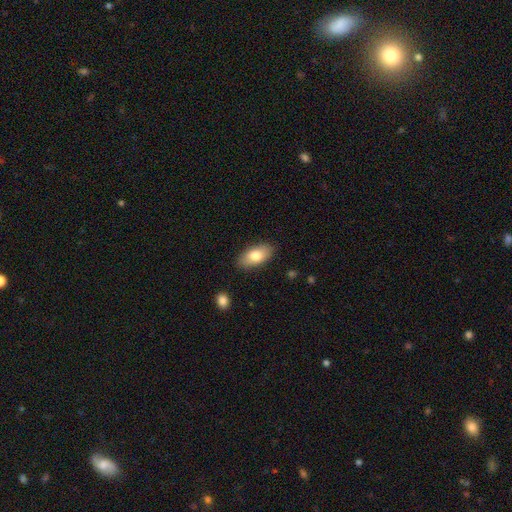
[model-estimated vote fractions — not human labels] Smooth or featured?
  - smooth: 78% *
  - featured or disk: 15%
  - star or artifact: 6%
How rounded?
  - in between: 92% *
  - cigar-shaped: 4%
  - round: 4%
Merging?
  - none: 86% *
  - minor disturbance: 11%
  - major disturbance: 2%
  - merger: 1%